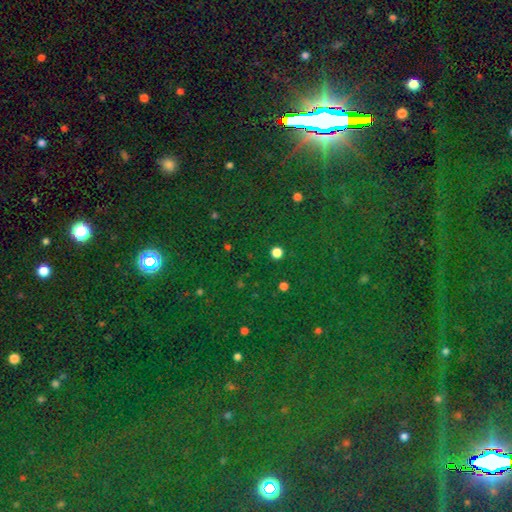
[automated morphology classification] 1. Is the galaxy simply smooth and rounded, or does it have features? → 84% star or artifact, 9% smooth, 7% featured or disk.